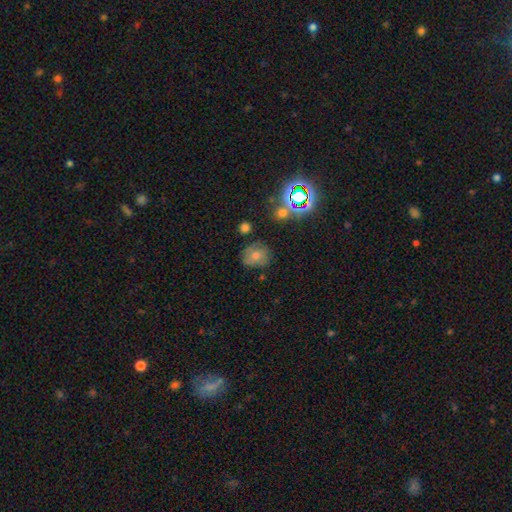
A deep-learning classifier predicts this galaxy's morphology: smooth 64%, featured or disk 19%, star or artifact 16%. Down the decision tree: how rounded — round (74%); merging — none (68%).